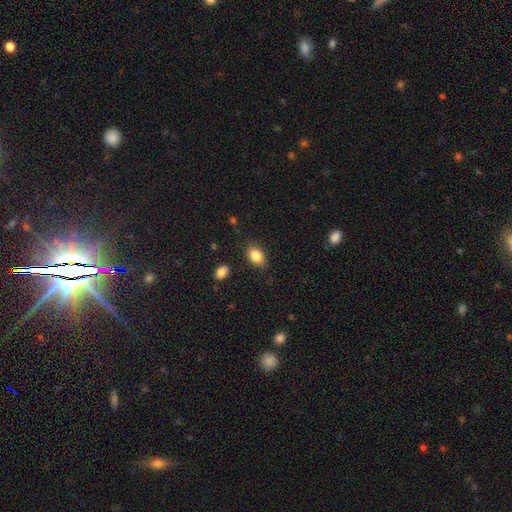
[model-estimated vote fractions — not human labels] Morphology: type=smooth (84%); roundness=in between (81%); merging=none (82%).